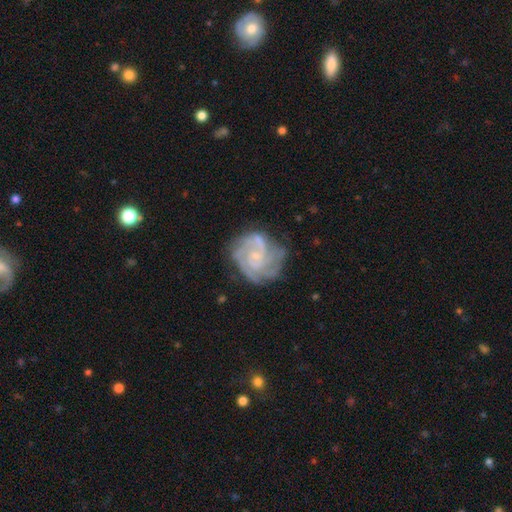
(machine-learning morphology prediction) smooth-or-featured: featured or disk: 87% | smooth: 7% | star or artifact: 6%
  disk-edge-on: no: 98% | yes: 2%
    bar: no: 66% | weak: 28% | strong: 6%
    has-spiral-arms: yes: 97% | no: 3%
      spiral-winding: tight: 63% | medium: 32% | loose: 5%
      spiral-arm-count: 3: 37% | 2: 23% | can't tell: 17% | 4: 13% | more than 4: 5% | 1: 5%
    bulge-size: small: 77% | moderate: 15% | none: 6% | large: 1% | dominant: 1%
  merging: none: 67% | minor disturbance: 22% | major disturbance: 9% | merger: 2%